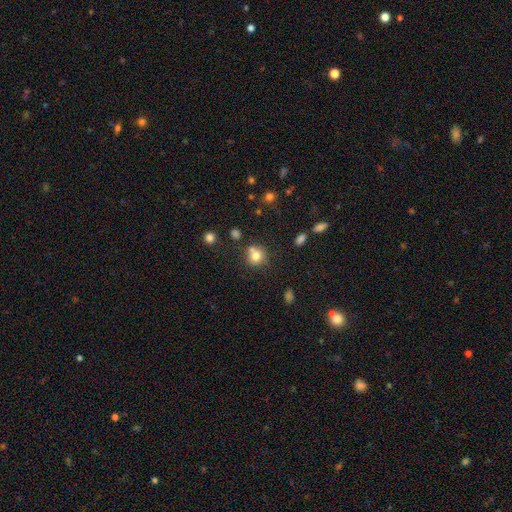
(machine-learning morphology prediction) The model was most divided on "merging": none: 61%, merger: 24%, minor disturbance: 11%, major disturbance: 4%. More confident: how rounded — round (87%); smooth or featured — smooth (76%).